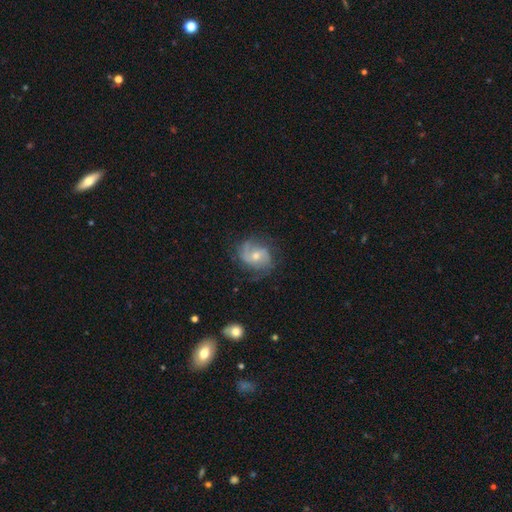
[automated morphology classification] Smooth or featured?
  - featured or disk: 73% *
  - smooth: 20%
  - star or artifact: 7%
Edge-on disk?
  - no: 97% *
  - yes: 3%
Bar?
  - no: 59% *
  - weak: 34%
  - strong: 7%
Spiral arms?
  - yes: 90% *
  - no: 10%
Spiral winding?
  - medium: 45% *
  - tight: 27%
  - loose: 27%
Spiral arm count?
  - 2: 63% *
  - can't tell: 18%
  - 3: 9%
  - 1: 6%
  - 4: 3%
  - more than 4: 2%
Bulge size?
  - moderate: 52% *
  - small: 43%
  - large: 3%
  - none: 2%
  - dominant: 1%
Merging?
  - none: 64% *
  - minor disturbance: 22%
  - major disturbance: 12%
  - merger: 2%